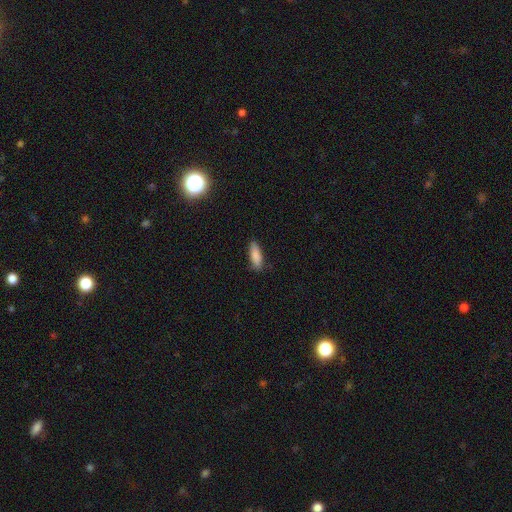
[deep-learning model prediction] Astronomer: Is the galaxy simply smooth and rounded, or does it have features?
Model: smooth — 87%.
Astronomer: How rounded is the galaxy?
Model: in between — 57% (runner-up: cigar-shaped, 41%).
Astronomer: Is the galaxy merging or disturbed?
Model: none — 83%.